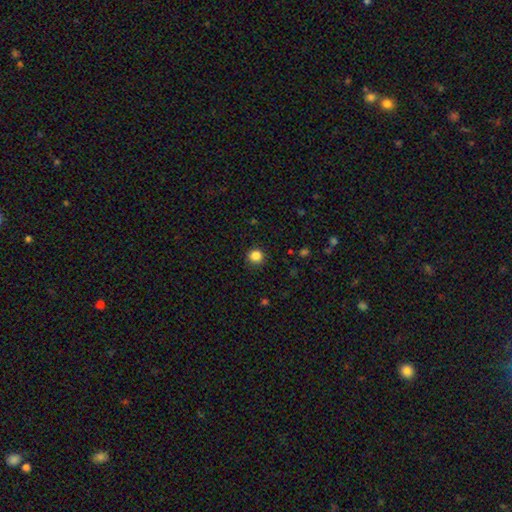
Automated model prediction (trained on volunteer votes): smooth_or_featured: smooth (p=0.85) [alt: star or artifact p=0.12]
how_rounded: round (p=0.93) [alt: in between p=0.06]
merging: none (p=0.90) [alt: minor disturbance p=0.06]